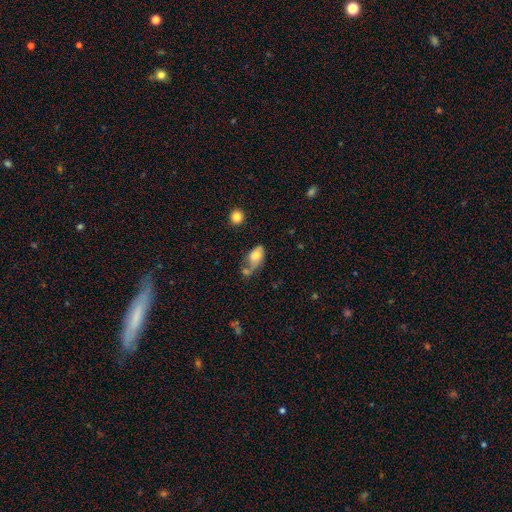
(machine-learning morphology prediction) smooth-or-featured: smooth: 71% | featured or disk: 21% | star or artifact: 8%
  how-rounded: in between: 89% | round: 8% | cigar-shaped: 4%
  merging: none: 31% | merger: 27% | minor disturbance: 25% | major disturbance: 17%